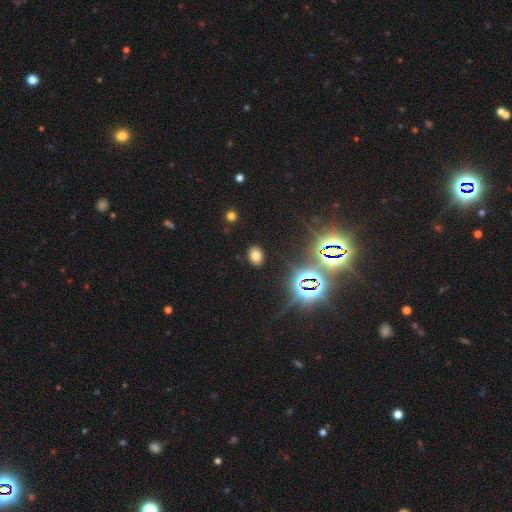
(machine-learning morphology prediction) type=smooth (68%); roundness=in between (68%); merging=none (88%).